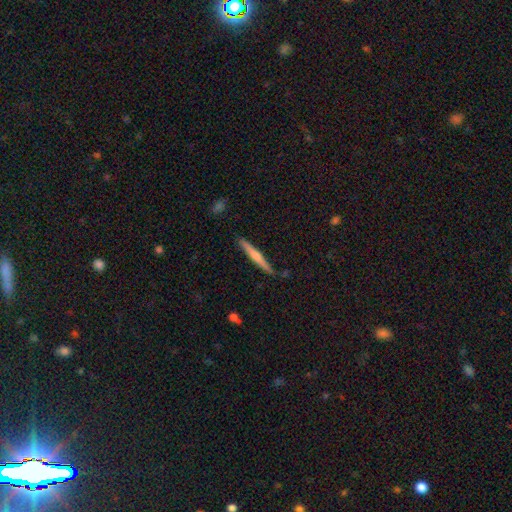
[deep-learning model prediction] A smooth galaxy with no disk features (49%).

Vote fractions:
- Smooth or featured? smooth: 49% / featured or disk: 46% / star or artifact: 5%
- Merging? none: 87% / minor disturbance: 10% / merger: 2% / major disturbance: 2%